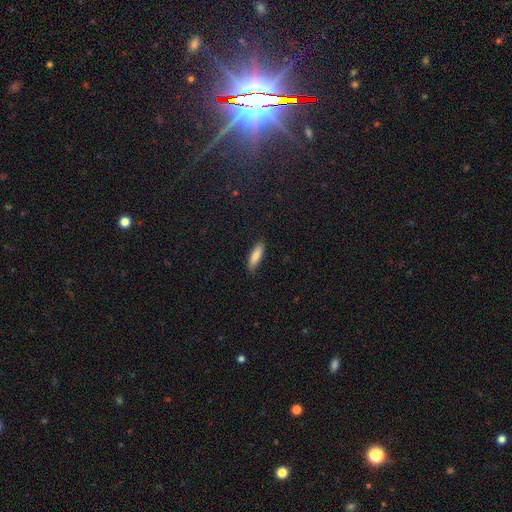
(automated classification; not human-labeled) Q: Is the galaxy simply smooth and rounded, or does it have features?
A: smooth — 84%.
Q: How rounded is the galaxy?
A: cigar-shaped — 56%.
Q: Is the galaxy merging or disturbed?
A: none — 85%.